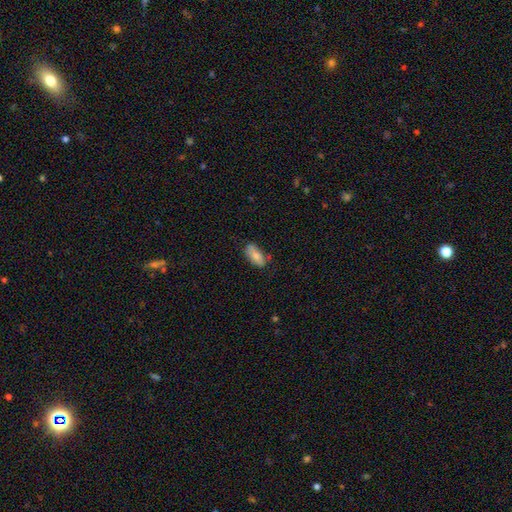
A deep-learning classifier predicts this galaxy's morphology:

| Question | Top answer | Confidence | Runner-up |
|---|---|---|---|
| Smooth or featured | smooth | 77% | featured or disk (17%) |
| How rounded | in between | 87% | cigar-shaped (10%) |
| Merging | none | 68% | minor disturbance (23%) |